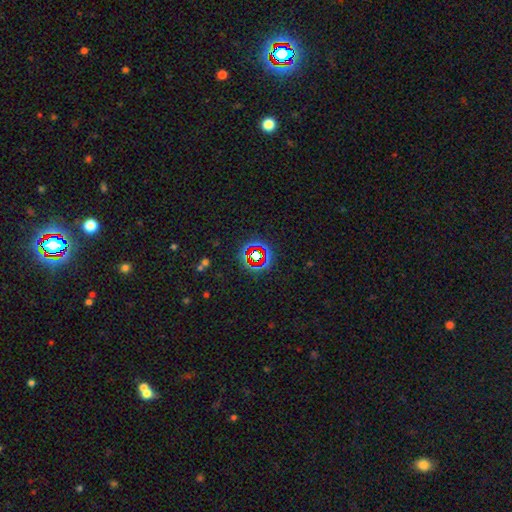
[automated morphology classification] Smooth or featured: star or artifact — 73% (smooth — 16%)